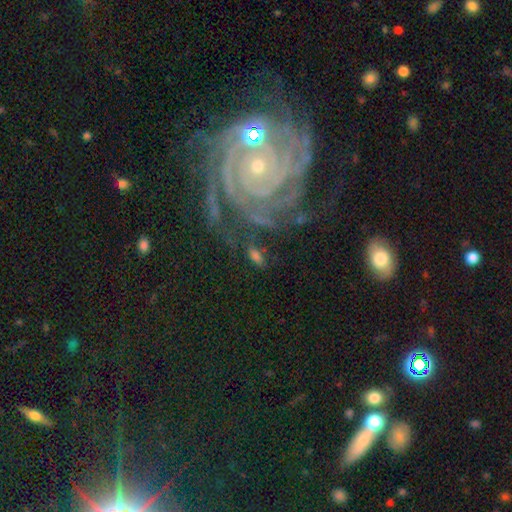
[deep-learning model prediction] Smooth or featured: smooth — 46% (featured or disk — 40%)
Merging: none — 66% (minor disturbance — 18%)